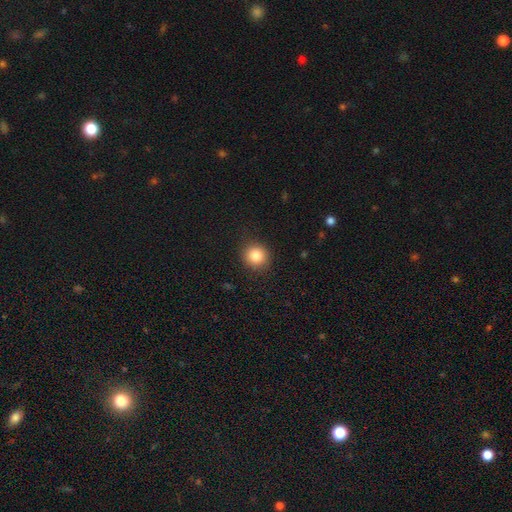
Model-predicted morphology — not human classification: Q: Smooth or featured?
A: smooth (85%); runner-up: star or artifact (10%)
Q: How rounded?
A: round (90%); runner-up: in between (9%)
Q: Merging?
A: none (89%); runner-up: minor disturbance (7%)